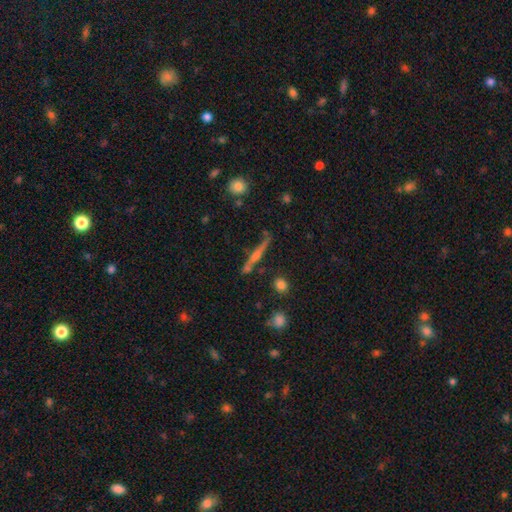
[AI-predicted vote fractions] Smooth or featured?
  - featured or disk: 67% *
  - smooth: 23%
  - star or artifact: 9%
Edge-on disk?
  - yes: 94% *
  - no: 6%
Edge-on bulge?
  - rounded: 74% *
  - none: 18%
  - boxy: 9%
Merging?
  - none: 74% *
  - minor disturbance: 15%
  - merger: 7%
  - major disturbance: 4%